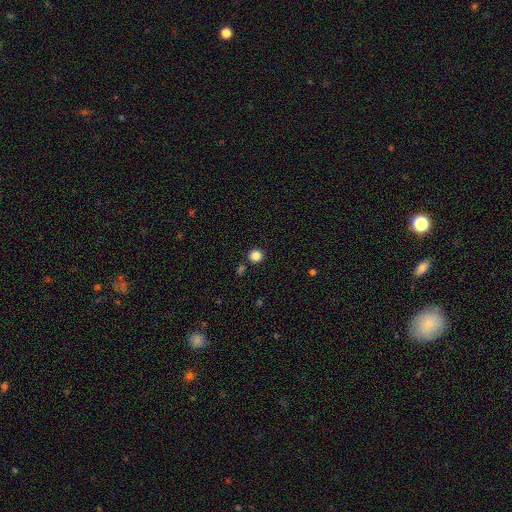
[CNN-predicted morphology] smooth-or-featured: smooth: 85% | star or artifact: 11% | featured or disk: 4%
  how-rounded: round: 92% | in between: 7% | cigar-shaped: 1%
  merging: none: 87% | minor disturbance: 6% | merger: 5% | major disturbance: 2%